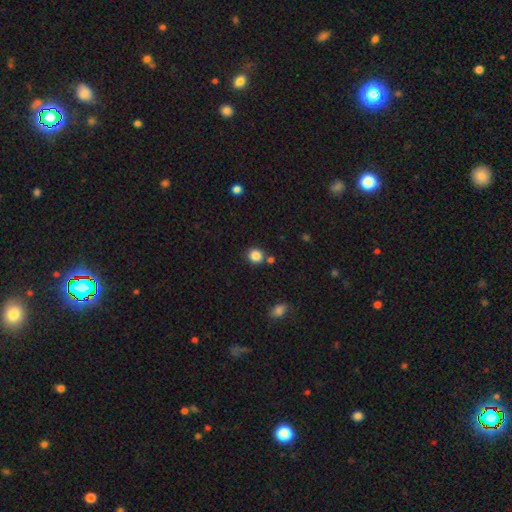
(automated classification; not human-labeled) Smooth or featured? Predicted: smooth (p=0.85). How rounded? Predicted: round (p=0.88). Merging? Predicted: none (p=0.83).